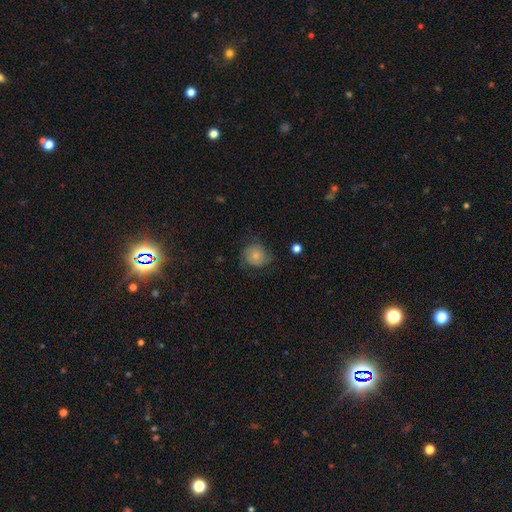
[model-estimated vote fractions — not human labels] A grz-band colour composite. It shows a smooth galaxy with no disk features (66%) that is round (83%). Merging: none (61%).